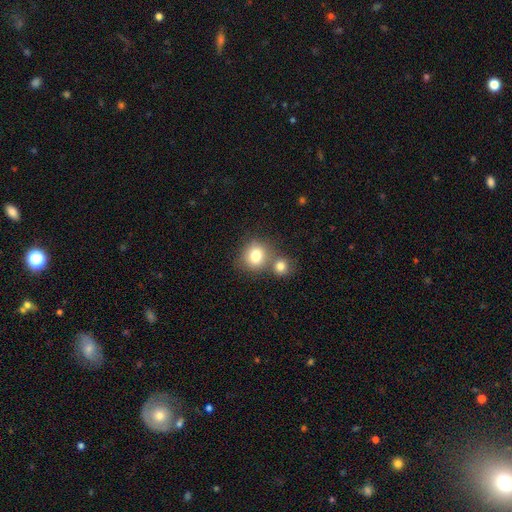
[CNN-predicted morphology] Q: Smooth or featured?
A: smooth (79%); runner-up: featured or disk (10%)
Q: How rounded?
A: round (81%); runner-up: in between (18%)
Q: Merging?
A: none (52%); runner-up: merger (35%)